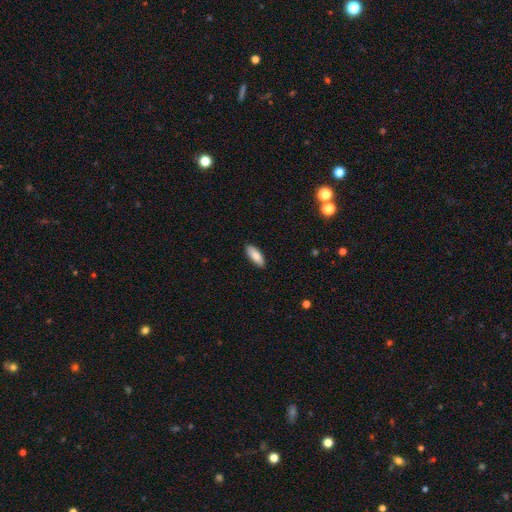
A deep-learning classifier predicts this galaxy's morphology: Smooth or featured: smooth — 84% (featured or disk — 10%)
How rounded: in between — 74% (cigar-shaped — 25%)
Merging: none — 87% (minor disturbance — 10%)